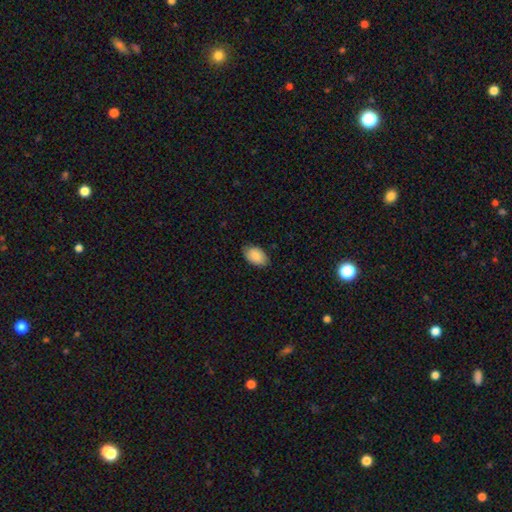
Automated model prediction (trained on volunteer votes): Smooth or featured? Predicted: smooth (p=0.86). How rounded? Predicted: in between (p=0.92). Merging? Predicted: none (p=0.80).